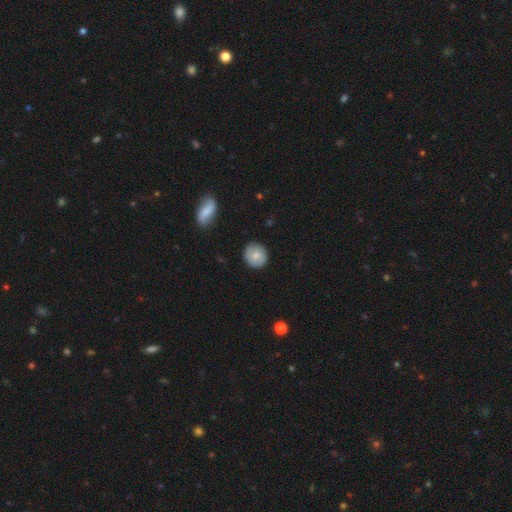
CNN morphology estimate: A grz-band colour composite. It shows a smooth galaxy with no disk features (76%) that is round (85%). Merging: none (86%).